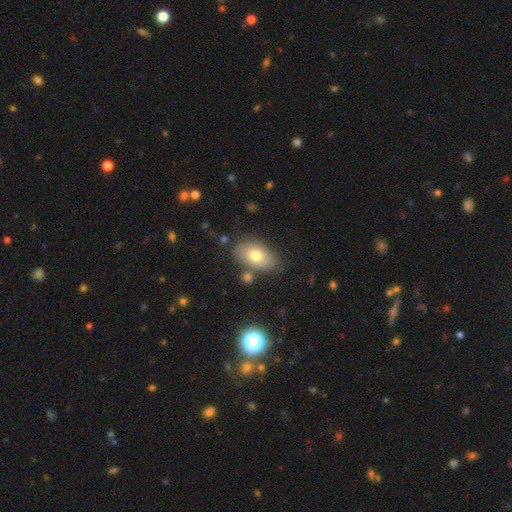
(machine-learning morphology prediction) smooth_or_featured: smooth (p=0.73) [alt: featured or disk p=0.19]
how_rounded: in between (p=0.90) [alt: round p=0.08]
merging: none (p=0.75) [alt: minor disturbance p=0.14]